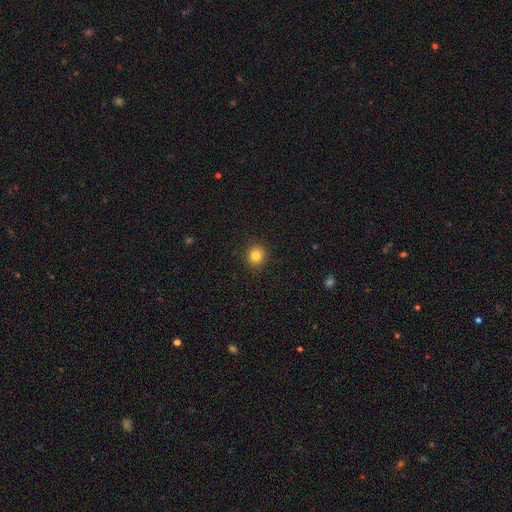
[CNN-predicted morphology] A smooth galaxy with no disk features (82%) that is round (87%).

Vote fractions:
- Smooth or featured? smooth: 82% / star or artifact: 11% / featured or disk: 6%
- How rounded? round: 87% / in between: 12% / cigar-shaped: 1%
- Merging? none: 91% / minor disturbance: 6% / major disturbance: 2% / merger: 1%